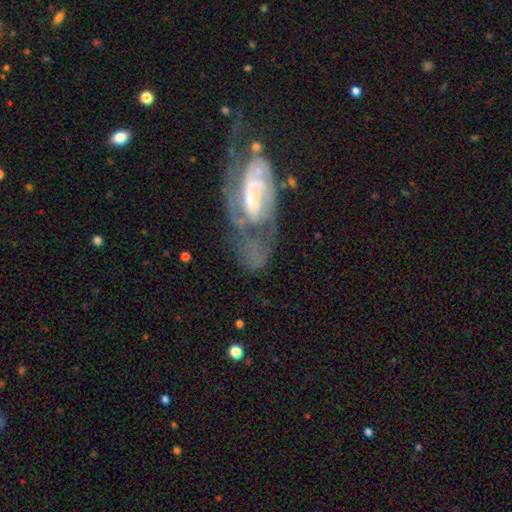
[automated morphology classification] Smooth or featured? Predicted: featured or disk (p=0.76). Edge-on disk? Predicted: no (p=0.94). Bar? Predicted: no (p=0.46). Spiral arms? Predicted: yes (p=0.81). Spiral winding? Predicted: tight (p=0.44). Spiral arm count? Predicted: 2 (p=0.44). Bulge size? Predicted: moderate (p=0.37). Merging? Predicted: none (p=0.36).